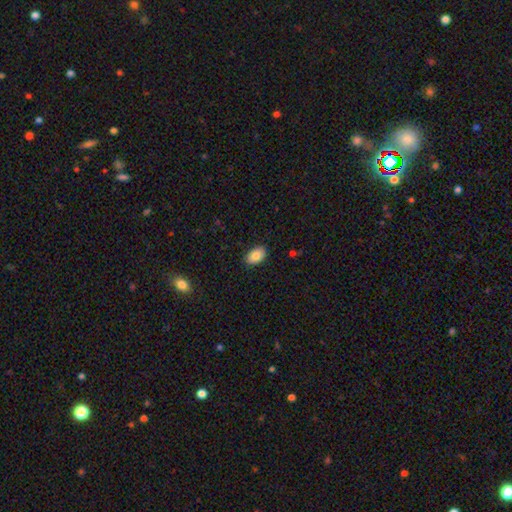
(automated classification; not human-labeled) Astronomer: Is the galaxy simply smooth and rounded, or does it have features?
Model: smooth — 84%.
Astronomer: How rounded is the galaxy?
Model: in between — 92%.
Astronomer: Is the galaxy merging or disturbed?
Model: none — 87%.